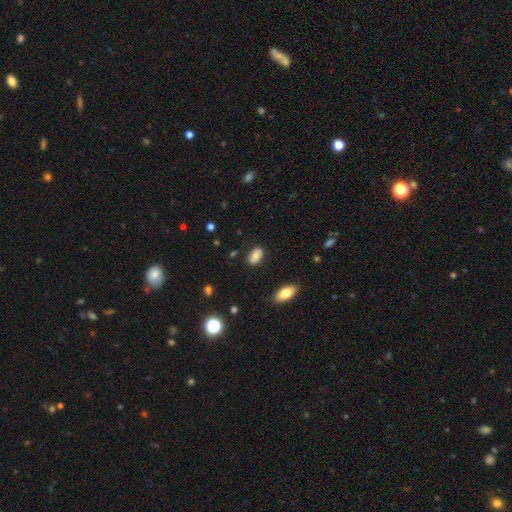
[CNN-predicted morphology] smooth-or-featured: smooth: 82% | star or artifact: 9% | featured or disk: 8%
  how-rounded: in between: 91% | round: 7% | cigar-shaped: 2%
  merging: none: 82% | minor disturbance: 13% | major disturbance: 3% | merger: 2%